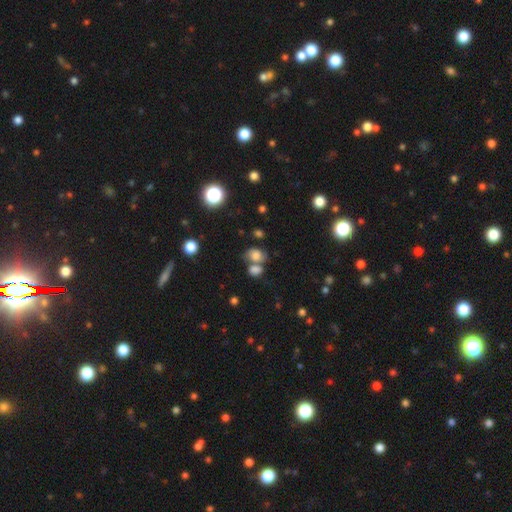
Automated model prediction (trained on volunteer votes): A smooth galaxy with no disk features (64%) that is in between round and cigar-shaped (57%). Merging: merger (42%).